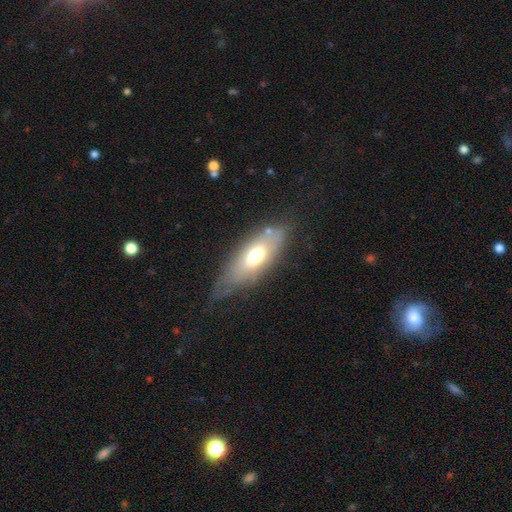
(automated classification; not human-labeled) Q: Smooth or featured?
A: smooth (56%); runner-up: featured or disk (37%)
Q: How rounded?
A: in between (74%); runner-up: cigar-shaped (23%)
Q: Merging?
A: none (58%); runner-up: minor disturbance (26%)